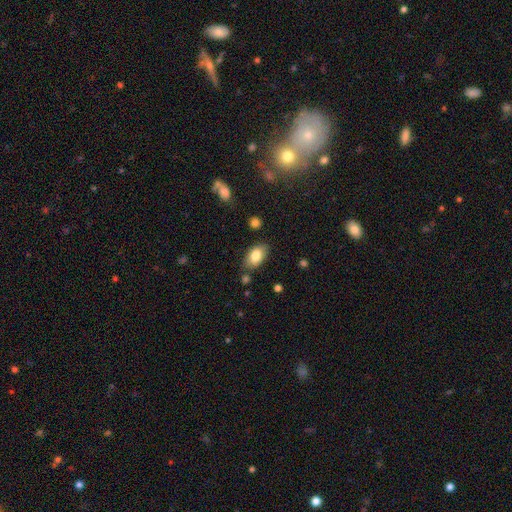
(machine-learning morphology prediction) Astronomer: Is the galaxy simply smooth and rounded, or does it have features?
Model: smooth — 82%.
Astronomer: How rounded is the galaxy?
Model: in between — 93%.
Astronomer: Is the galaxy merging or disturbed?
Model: none — 79%.